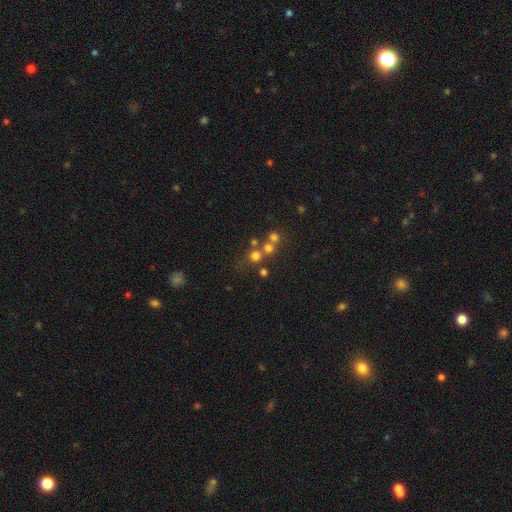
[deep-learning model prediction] A smooth galaxy with no disk features (63%) that is round (89%). Merging: none (54%).